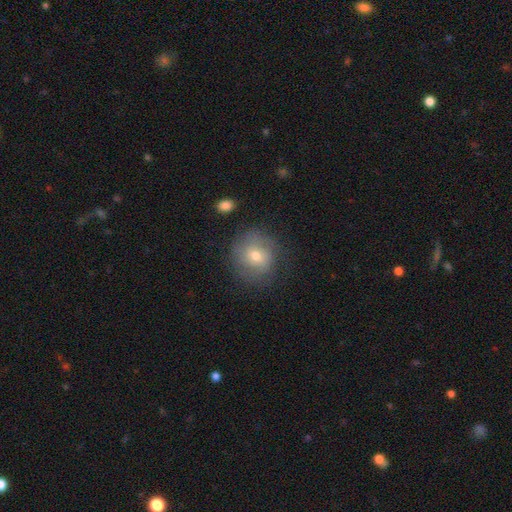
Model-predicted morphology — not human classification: A smooth galaxy with no disk features (53%) that is round (88%). Merging: none (75%).